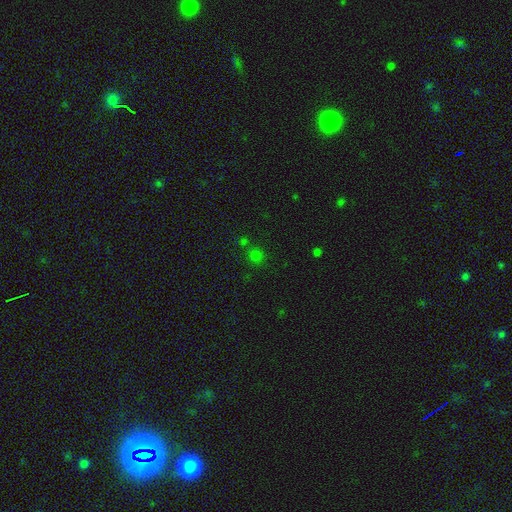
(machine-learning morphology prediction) Smooth or featured? Predicted: smooth (p=0.65). How rounded? Predicted: round (p=0.89). Merging? Predicted: none (p=0.73).